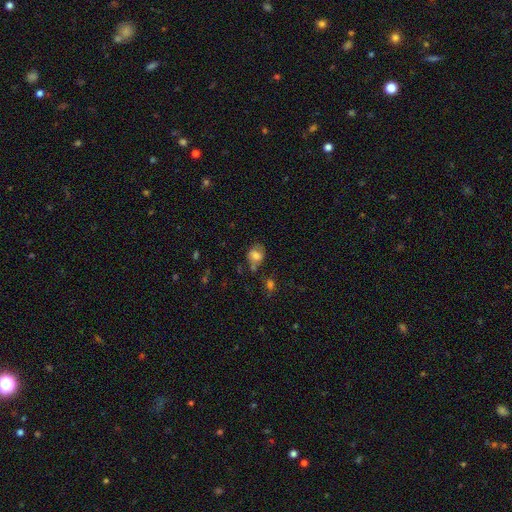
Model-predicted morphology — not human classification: Q: Smooth or featured?
A: smooth (69%); runner-up: featured or disk (20%)
Q: How rounded?
A: in between (51%); runner-up: round (48%)
Q: Merging?
A: none (50%); runner-up: minor disturbance (25%)